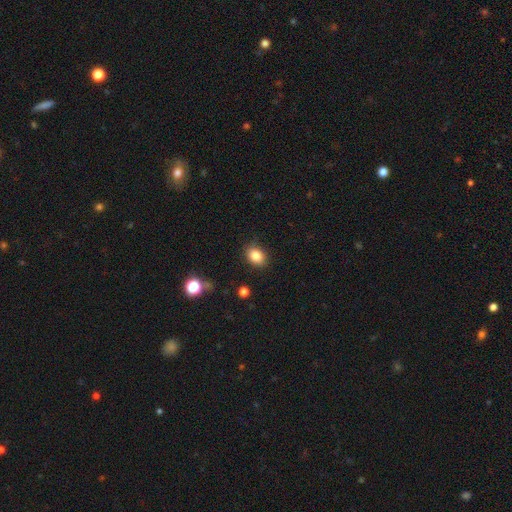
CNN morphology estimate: smooth 85%, star or artifact 10%, featured or disk 5%. Down the decision tree: how rounded — in between (64%); merging — none (84%).